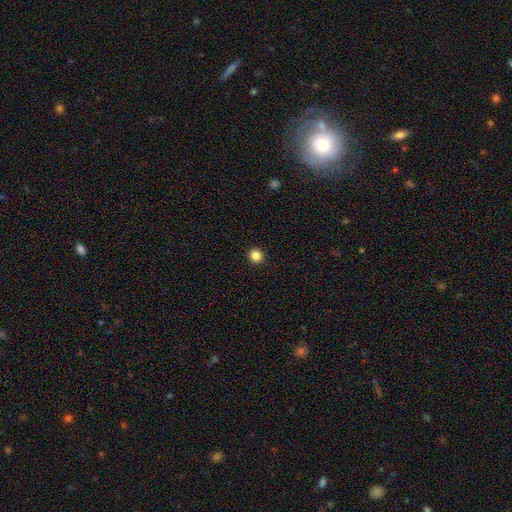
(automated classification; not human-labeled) smooth-or-featured: smooth: 85% | star or artifact: 12% | featured or disk: 3%
  how-rounded: round: 94% | in between: 5% | cigar-shaped: 1%
  merging: none: 93% | minor disturbance: 4% | major disturbance: 1% | merger: 1%